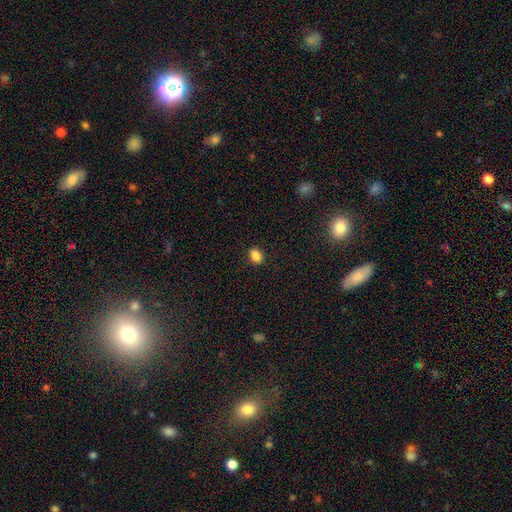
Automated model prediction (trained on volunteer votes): smooth_or_featured: smooth (p=0.86) [alt: star or artifact p=0.10]
how_rounded: in between (p=0.71) [alt: round p=0.28]
merging: none (p=0.89) [alt: minor disturbance p=0.08]